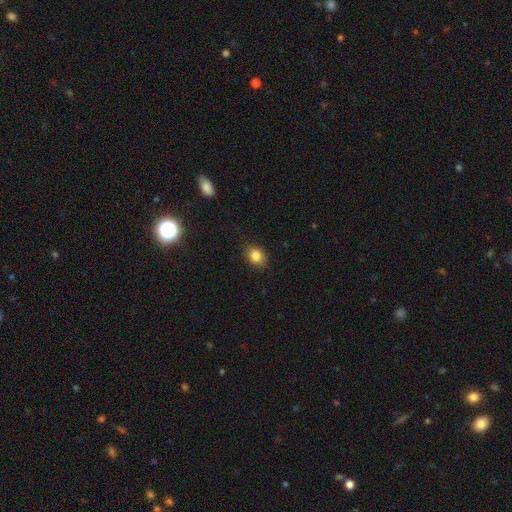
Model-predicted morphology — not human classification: Overall: smooth (84%). How rounded: round (50%; in between 49%). Merging: none (87%).